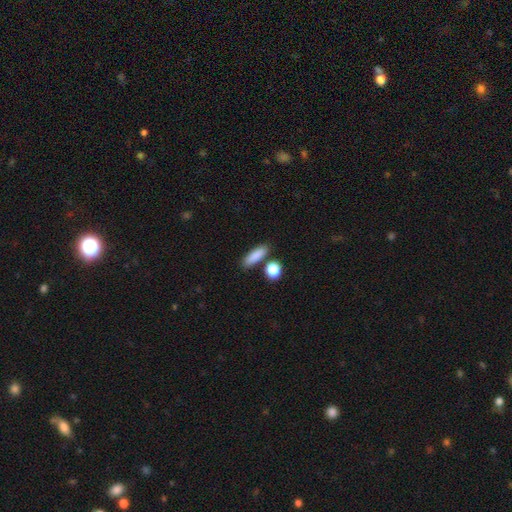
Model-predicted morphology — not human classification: Smooth or featured?
  - smooth: 86% *
  - featured or disk: 7%
  - star or artifact: 7%
How rounded?
  - in between: 50% *
  - cigar-shaped: 43%
  - round: 7%
Merging?
  - none: 77% *
  - minor disturbance: 11%
  - merger: 9%
  - major disturbance: 3%